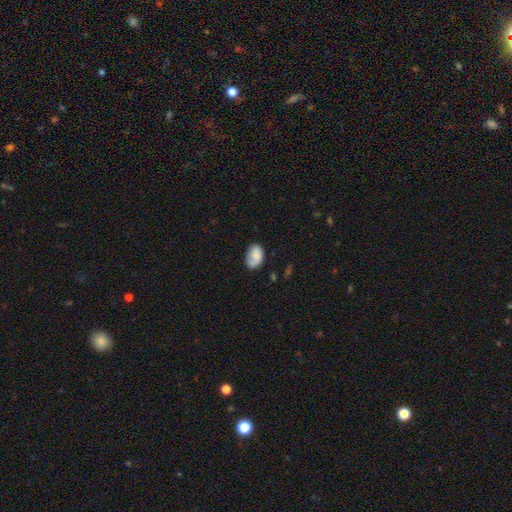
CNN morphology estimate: The model was most divided on "merging": none: 60%, minor disturbance: 28%, major disturbance: 9%, merger: 3%. More confident: how rounded — in between (87%); smooth or featured — smooth (75%).